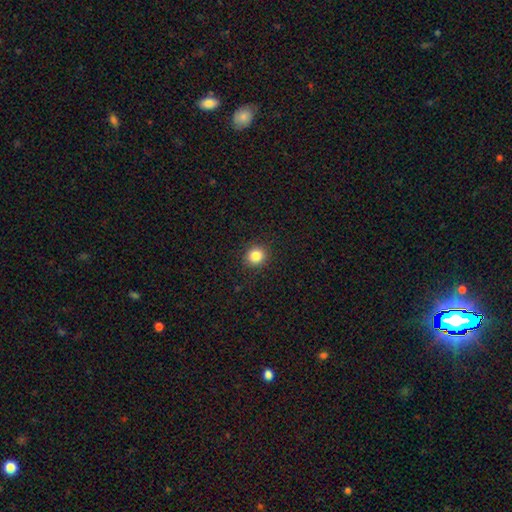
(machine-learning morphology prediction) smooth_or_featured: smooth (p=0.84) [alt: star or artifact p=0.11]
how_rounded: round (p=0.88) [alt: in between p=0.11]
merging: none (p=0.91) [alt: minor disturbance p=0.06]